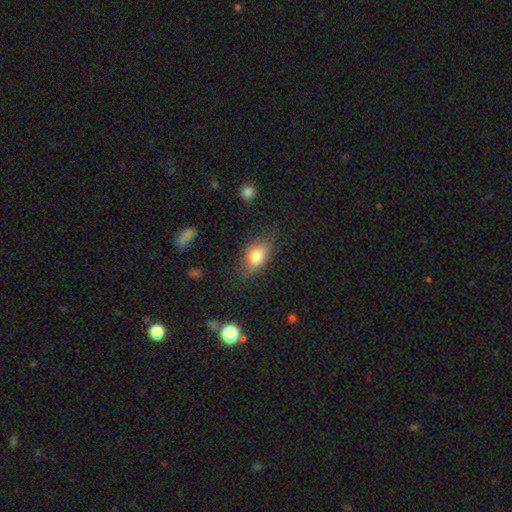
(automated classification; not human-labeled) Smooth or featured?
  - smooth: 76% *
  - featured or disk: 15%
  - star or artifact: 9%
How rounded?
  - in between: 82% *
  - round: 13%
  - cigar-shaped: 5%
Merging?
  - none: 72% *
  - minor disturbance: 19%
  - major disturbance: 7%
  - merger: 2%